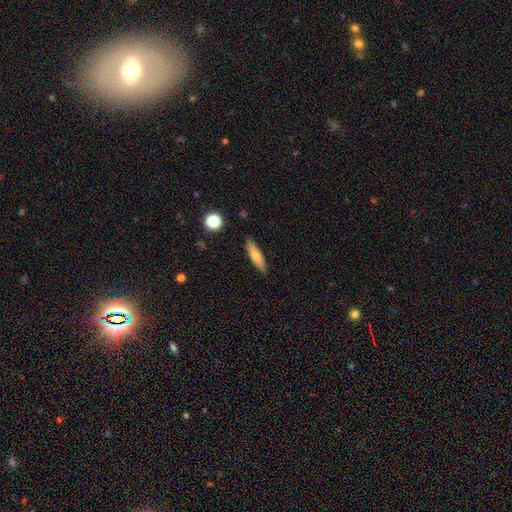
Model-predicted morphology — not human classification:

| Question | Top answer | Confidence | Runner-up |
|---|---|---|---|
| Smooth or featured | smooth | 75% | featured or disk (18%) |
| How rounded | cigar-shaped | 73% | in between (25%) |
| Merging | none | 88% | minor disturbance (9%) |